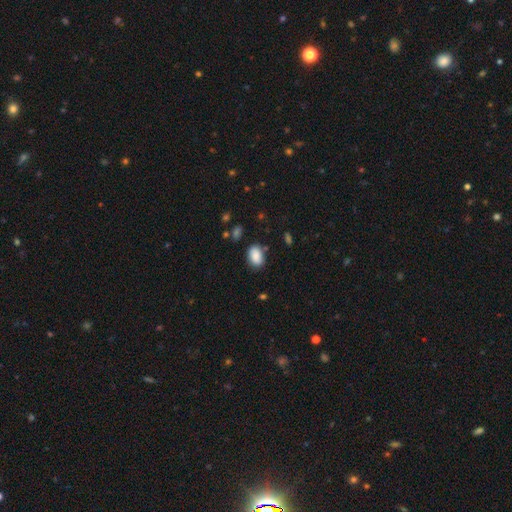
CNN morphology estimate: Smooth or featured?
  - smooth: 87% *
  - star or artifact: 8%
  - featured or disk: 5%
How rounded?
  - in between: 82% *
  - round: 17%
  - cigar-shaped: 1%
Merging?
  - none: 78% *
  - minor disturbance: 15%
  - major disturbance: 4%
  - merger: 3%